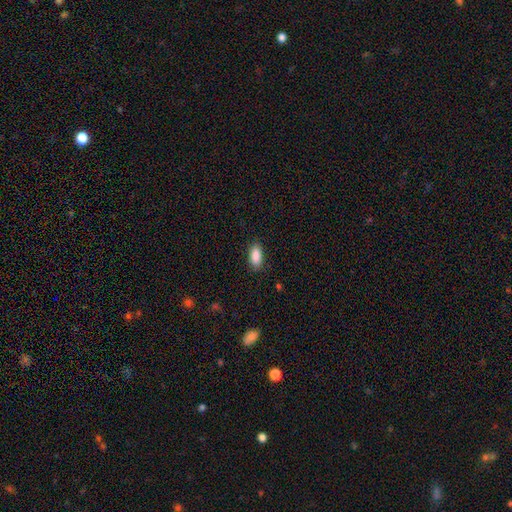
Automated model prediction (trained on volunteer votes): smooth-or-featured: smooth: 89% | star or artifact: 7% | featured or disk: 4%
  how-rounded: in between: 90% | cigar-shaped: 8% | round: 3%
  merging: none: 87% | minor disturbance: 9% | major disturbance: 2% | merger: 1%